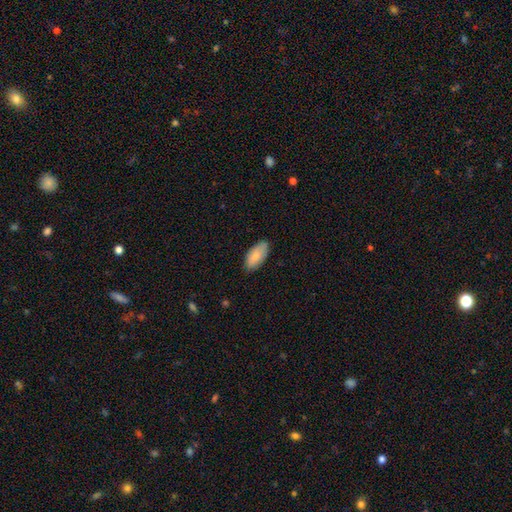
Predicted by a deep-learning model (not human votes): This appears to be a smooth galaxy with no disk features (82%) that is in between round and cigar-shaped (94%). Merging: none (79%).